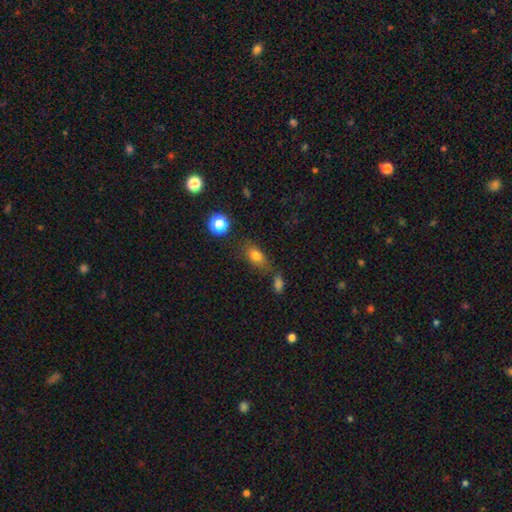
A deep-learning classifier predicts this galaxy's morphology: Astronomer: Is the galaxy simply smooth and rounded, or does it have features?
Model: smooth — 77%.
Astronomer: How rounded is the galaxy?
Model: in between — 77%.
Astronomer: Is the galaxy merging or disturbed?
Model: none — 63%.